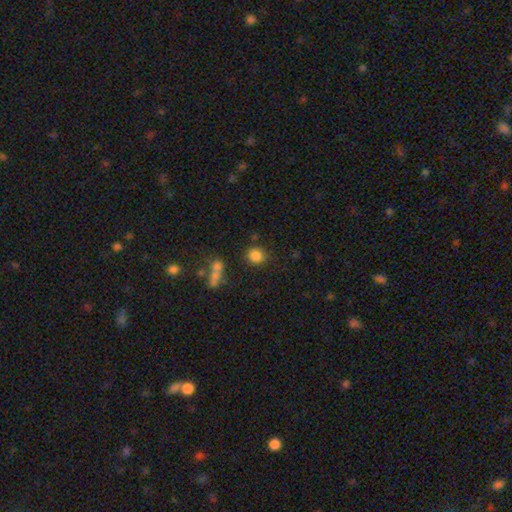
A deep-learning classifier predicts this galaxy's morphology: Q: Smooth or featured?
A: smooth (83%); runner-up: star or artifact (11%)
Q: How rounded?
A: round (82%); runner-up: in between (17%)
Q: Merging?
A: none (80%); runner-up: minor disturbance (10%)